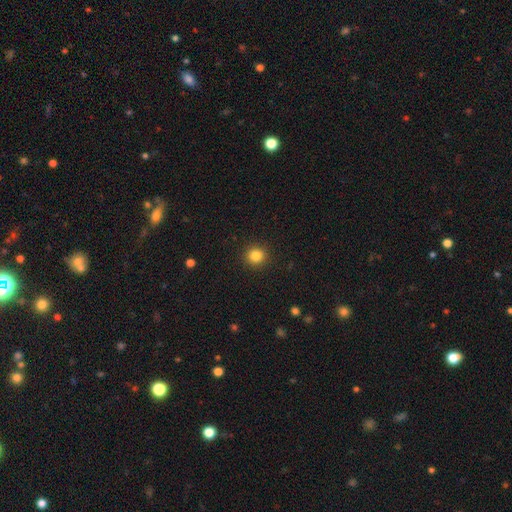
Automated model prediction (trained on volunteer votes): This is clearly a smooth galaxy (83%). How rounded: clearly round (91%). Merging: clearly none (92%).